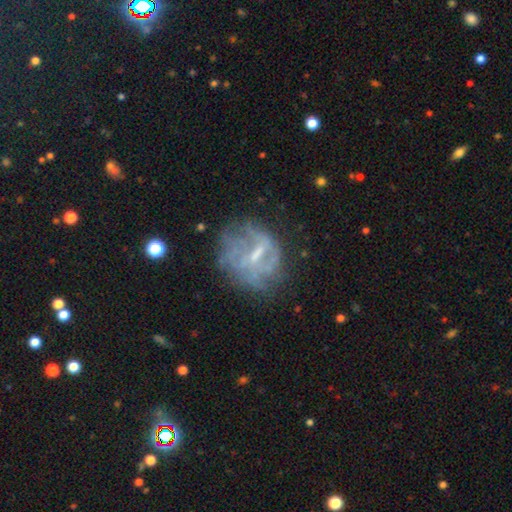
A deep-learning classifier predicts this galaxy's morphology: smooth_or_featured: featured or disk (p=0.68) [alt: smooth p=0.20]
disk_edge_on: no (p=0.97) [alt: yes p=0.03]
bar: weak (p=0.49) [alt: no p=0.34]
has_spiral_arms: no (p=0.56) [alt: yes p=0.44]
bulge_size: small (p=0.41) [alt: moderate p=0.29]
merging: none (p=0.54) [alt: major disturbance p=0.22]